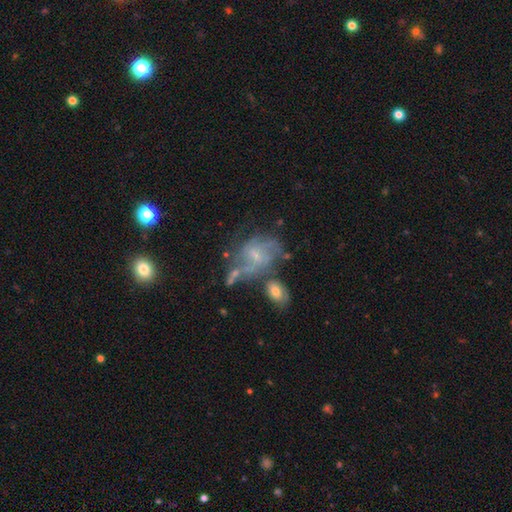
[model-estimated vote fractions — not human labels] This is likely a featured or disk galaxy (67%). It is clearly not viewed edge-on (97%). Bar: possibly weak (46%). Spiral arm pattern: likely yes (71%). Central bulge: likely small (61%). Merging: marginally none (39%).